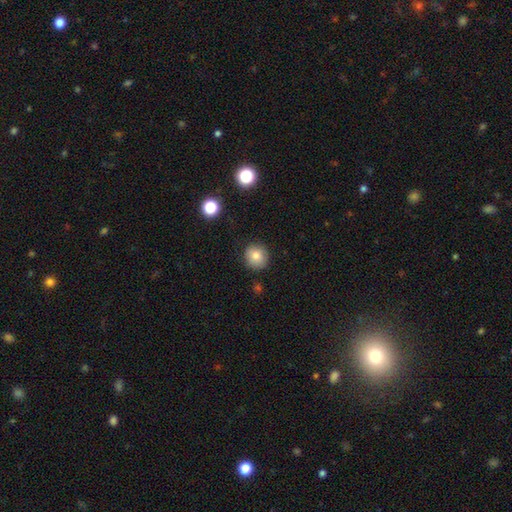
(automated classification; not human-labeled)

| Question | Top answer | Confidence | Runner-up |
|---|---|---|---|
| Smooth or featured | smooth | 81% | star or artifact (10%) |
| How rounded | round | 88% | in between (11%) |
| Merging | none | 88% | minor disturbance (8%) |